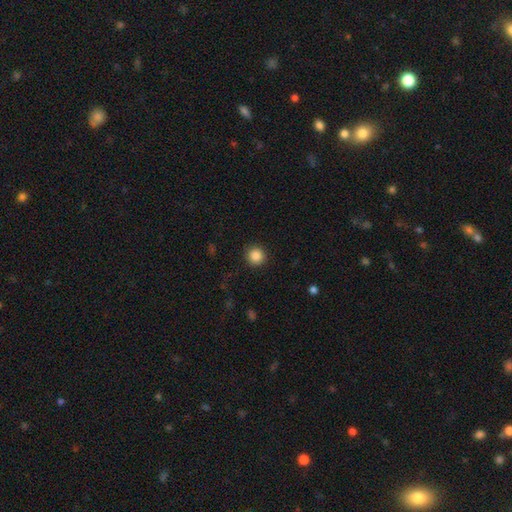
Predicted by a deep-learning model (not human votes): Smooth or featured? smooth (86%)
How rounded? round (94%)
Merging? none (92%)